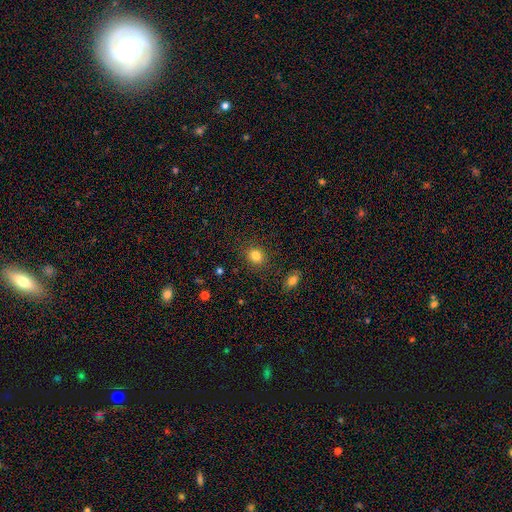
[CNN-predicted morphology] Smooth or featured?
  - smooth: 83% *
  - star or artifact: 11%
  - featured or disk: 5%
How rounded?
  - round: 70% *
  - in between: 29%
  - cigar-shaped: 1%
Merging?
  - none: 87% *
  - minor disturbance: 9%
  - major disturbance: 3%
  - merger: 2%